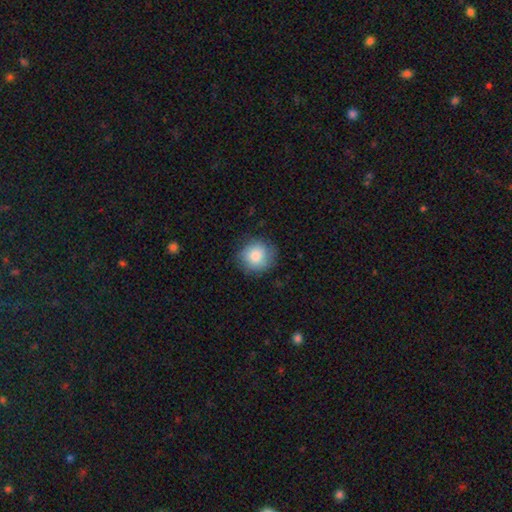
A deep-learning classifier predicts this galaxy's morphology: A smooth galaxy with no disk features (82%) that is round (89%).

Vote fractions:
- Smooth or featured? smooth: 82% / featured or disk: 11% / star or artifact: 7%
- How rounded? round: 89% / in between: 10% / cigar-shaped: 1%
- Merging? none: 78% / minor disturbance: 17% / major disturbance: 5% / merger: 1%